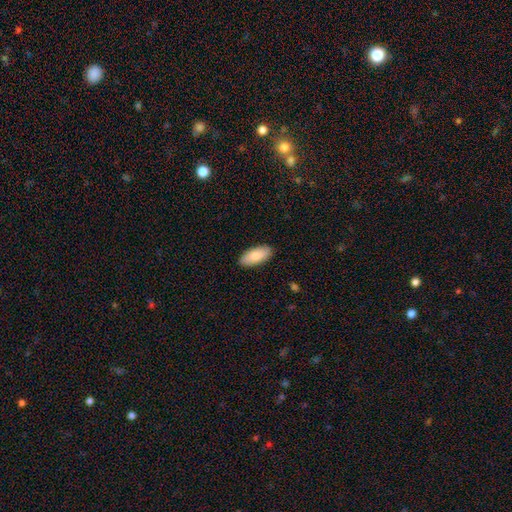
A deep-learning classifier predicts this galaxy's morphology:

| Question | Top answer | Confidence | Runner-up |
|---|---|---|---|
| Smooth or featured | smooth | 85% | featured or disk (10%) |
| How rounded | in between | 89% | cigar-shaped (9%) |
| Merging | none | 89% | minor disturbance (8%) |